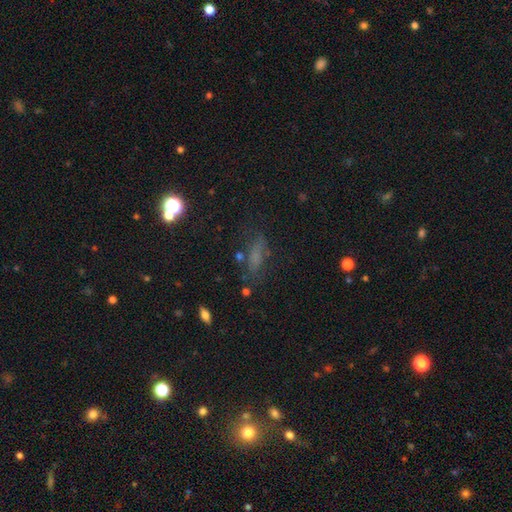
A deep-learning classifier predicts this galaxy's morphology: Smooth or featured?
  - smooth: 52% *
  - star or artifact: 26%
  - featured or disk: 22%
How rounded?
  - in between: 53% *
  - cigar-shaped: 39%
  - round: 8%
Merging?
  - none: 61% *
  - minor disturbance: 21%
  - major disturbance: 13%
  - merger: 5%